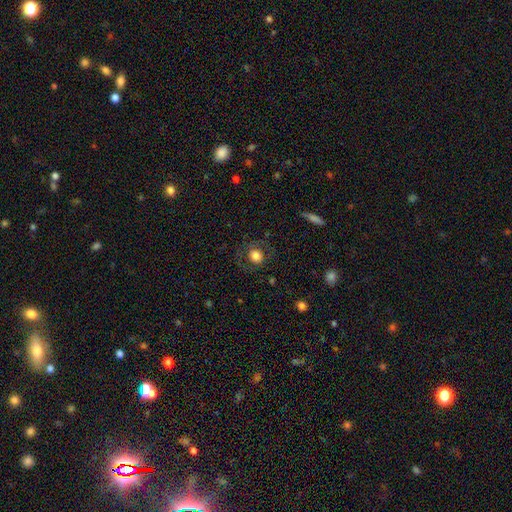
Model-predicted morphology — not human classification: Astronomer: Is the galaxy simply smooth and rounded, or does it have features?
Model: smooth — 69%.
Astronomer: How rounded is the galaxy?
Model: round — 79%.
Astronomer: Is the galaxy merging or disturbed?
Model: none — 75%.